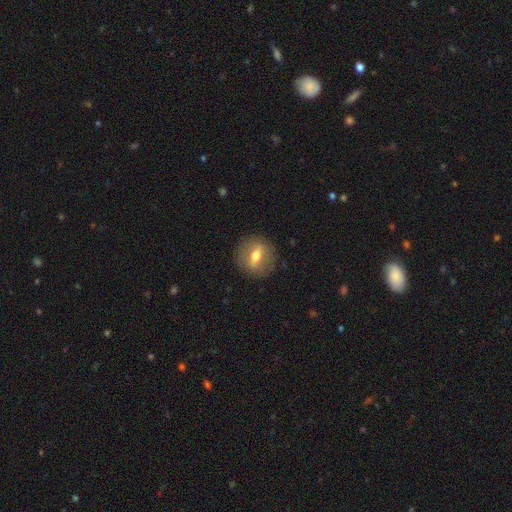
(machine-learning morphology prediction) smooth_or_featured: featured or disk (p=0.54) [alt: smooth p=0.37]
disk_edge_on: no (p=0.63) [alt: yes p=0.37]
merging: none (p=0.86) [alt: minor disturbance p=0.09]